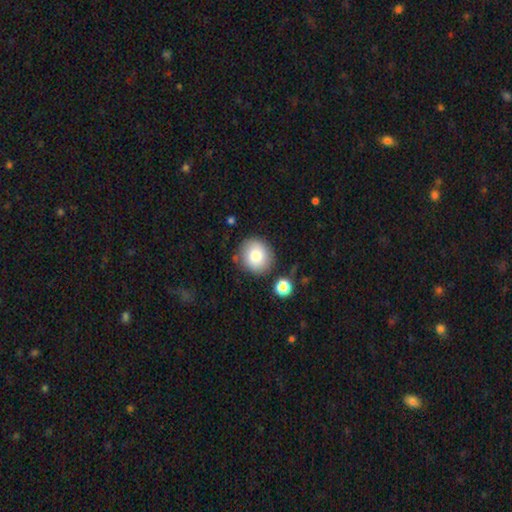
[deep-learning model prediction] Morphology: type=smooth (81%); roundness=round (85%); merging=none (81%).